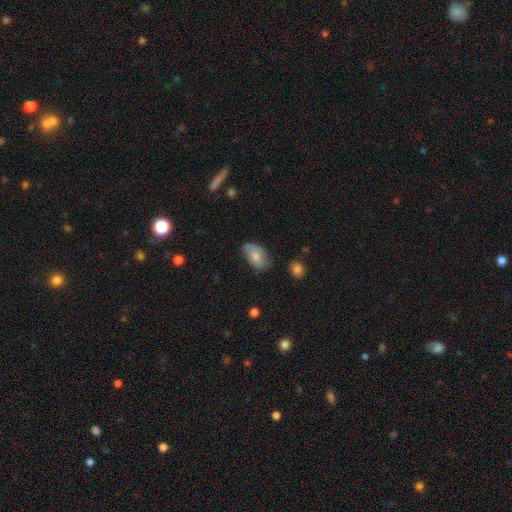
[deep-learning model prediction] smooth-or-featured: smooth: 71% | featured or disk: 22% | star or artifact: 7%
  how-rounded: in between: 92% | round: 7% | cigar-shaped: 2%
  merging: none: 58% | minor disturbance: 33% | major disturbance: 7% | merger: 2%